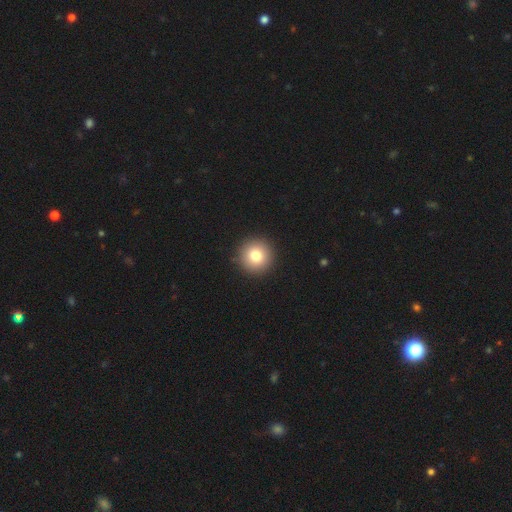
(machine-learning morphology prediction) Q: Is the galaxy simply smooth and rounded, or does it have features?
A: smooth — 80%.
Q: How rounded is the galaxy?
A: round — 95%.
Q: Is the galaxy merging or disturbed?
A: none — 93%.